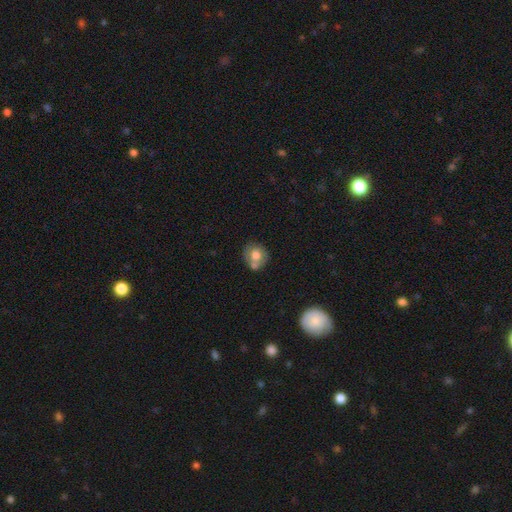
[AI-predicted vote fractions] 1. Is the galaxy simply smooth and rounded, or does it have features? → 68% smooth, 24% featured or disk, 8% star or artifact.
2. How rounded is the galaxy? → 77% round, 22% in between, 1% cigar-shaped.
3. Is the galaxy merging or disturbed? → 51% none, 28% merger, 16% minor disturbance, 5% major disturbance.